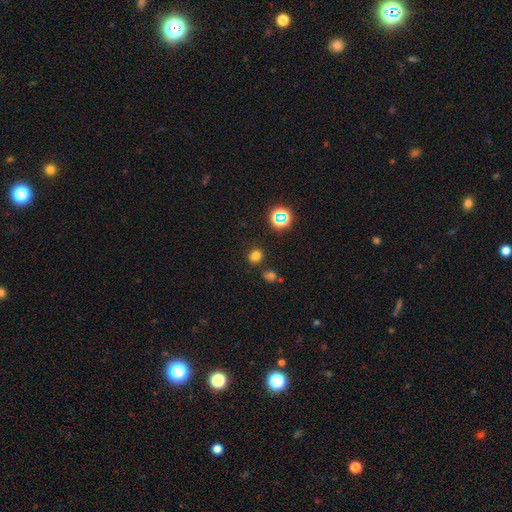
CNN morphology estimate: Overall: smooth (73%). How rounded: round (71%). Merging: none (82%).